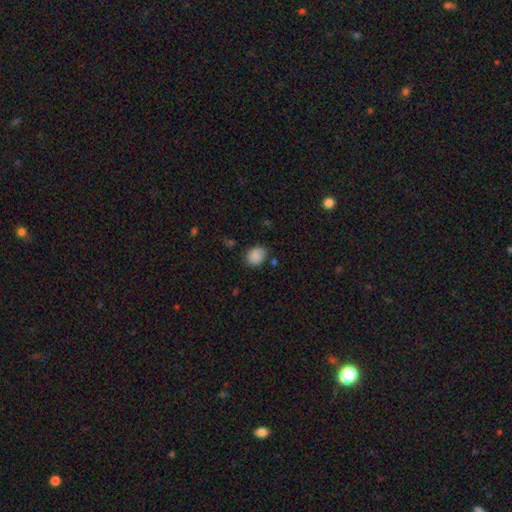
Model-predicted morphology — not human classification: A smooth galaxy with no disk features (87%) that is in between round and cigar-shaped (50%). Merging: none (77%).